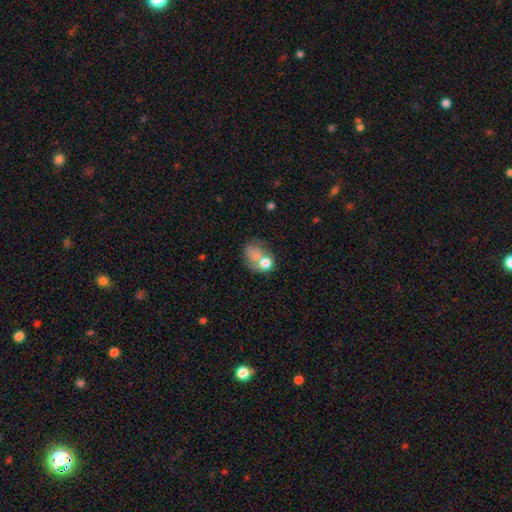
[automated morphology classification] This is likely a smooth galaxy (64%). How rounded: possibly in between (54%). Merging: marginally merger (37%).